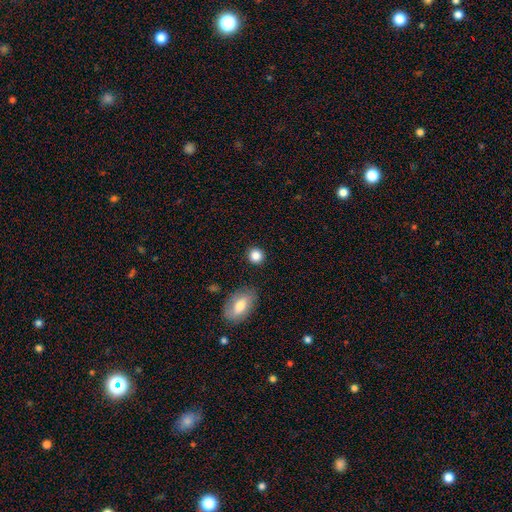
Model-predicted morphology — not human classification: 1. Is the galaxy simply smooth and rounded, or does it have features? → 85% smooth, 9% star or artifact, 5% featured or disk.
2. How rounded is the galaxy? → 86% round, 13% in between, 1% cigar-shaped.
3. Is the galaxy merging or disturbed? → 88% none, 7% minor disturbance, 2% major disturbance, 2% merger.